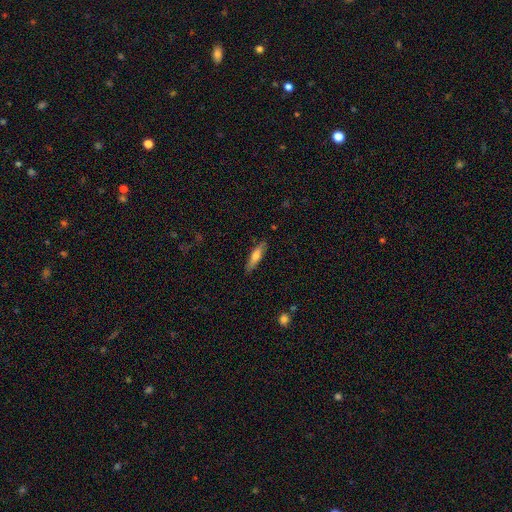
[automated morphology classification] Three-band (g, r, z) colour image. It shows a smooth galaxy with no disk features (64%) that is cigar-shaped (73%). Merging: none (84%).